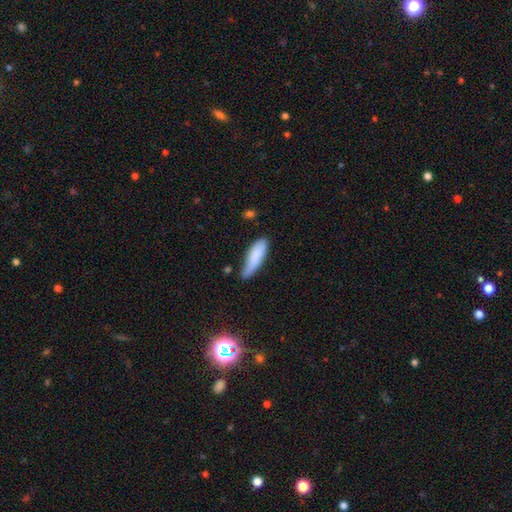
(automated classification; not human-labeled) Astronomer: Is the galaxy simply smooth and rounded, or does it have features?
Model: smooth — 83%.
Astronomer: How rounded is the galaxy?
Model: in between — 51% (runner-up: cigar-shaped, 48%).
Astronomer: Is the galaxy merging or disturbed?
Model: none — 51% (runner-up: minor disturbance, 37%).